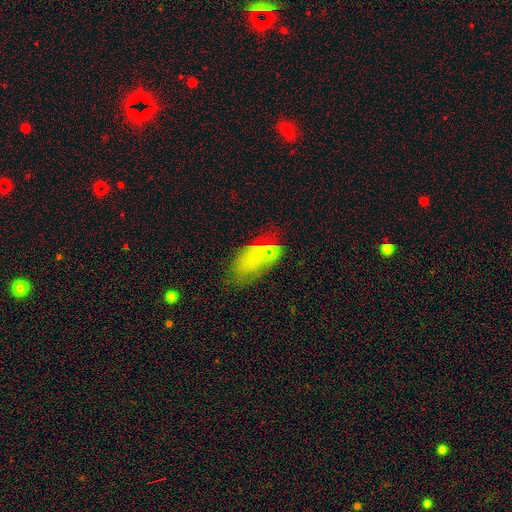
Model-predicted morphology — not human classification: A smooth galaxy with no disk features (58%) that is in between round and cigar-shaped (90%).

Vote fractions:
- Smooth or featured? smooth: 58% / star or artifact: 21% / featured or disk: 21%
- How rounded? in between: 90% / round: 5% / cigar-shaped: 5%
- Merging? none: 52% / minor disturbance: 25% / major disturbance: 16% / merger: 7%